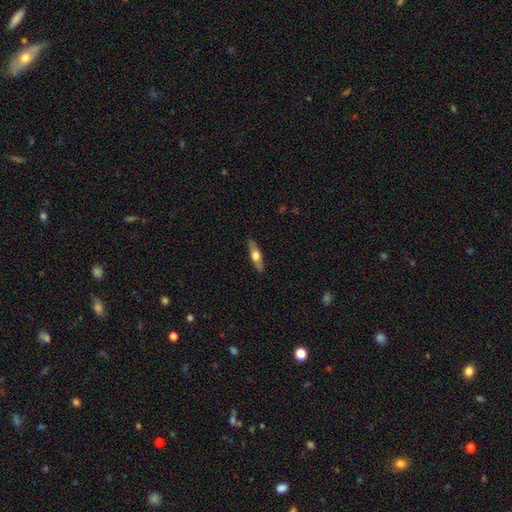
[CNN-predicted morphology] Smooth or featured? smooth (51%)
How rounded? cigar-shaped (60%)
Merging? none (87%)